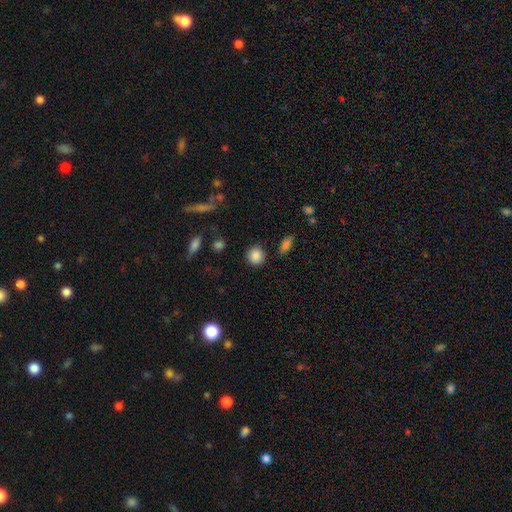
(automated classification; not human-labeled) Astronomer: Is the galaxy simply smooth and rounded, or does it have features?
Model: smooth — 87%.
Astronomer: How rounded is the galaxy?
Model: round — 88%.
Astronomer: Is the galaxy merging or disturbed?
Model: none — 87%.